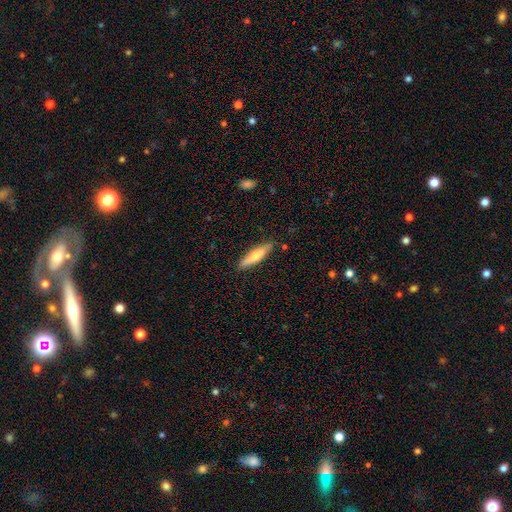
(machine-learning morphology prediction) A smooth galaxy with no disk features (61%) that is cigar-shaped (76%). Merging: none (85%).